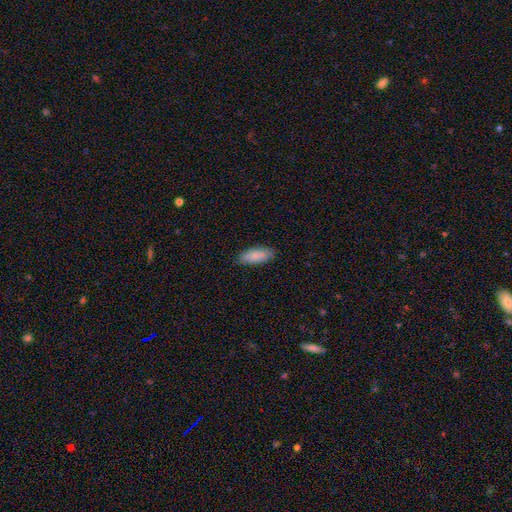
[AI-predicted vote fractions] A smooth galaxy with no disk features (84%) that is in between round and cigar-shaped (81%).

Vote fractions:
- Smooth or featured? smooth: 84% / featured or disk: 10% / star or artifact: 6%
- How rounded? in between: 81% / cigar-shaped: 17% / round: 2%
- Merging? none: 84% / minor disturbance: 13% / major disturbance: 2% / merger: 1%